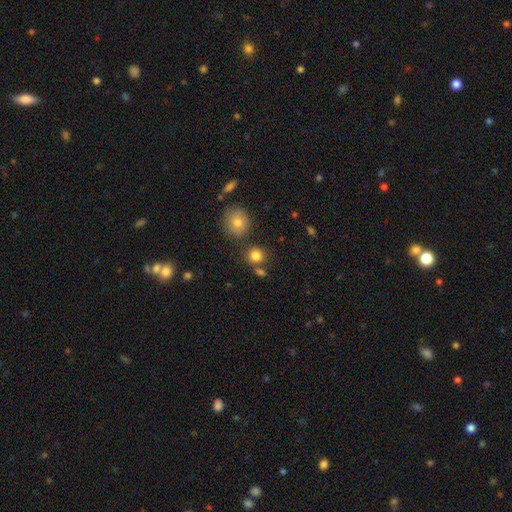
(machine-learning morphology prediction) Smooth or featured? smooth (82%)
How rounded? round (87%)
Merging? none (73%)